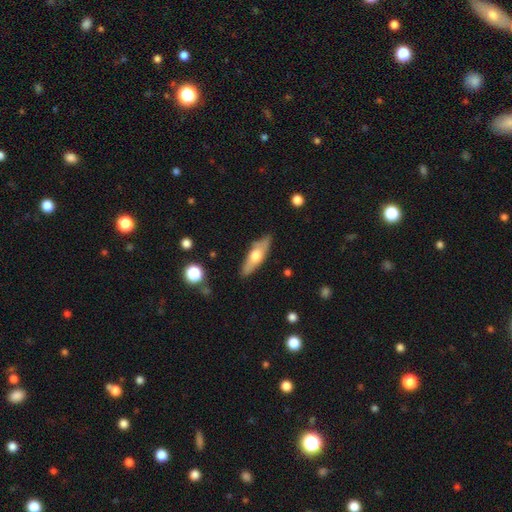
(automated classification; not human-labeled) Overall: smooth (49%; featured or disk 45%). Merging: none (84%).